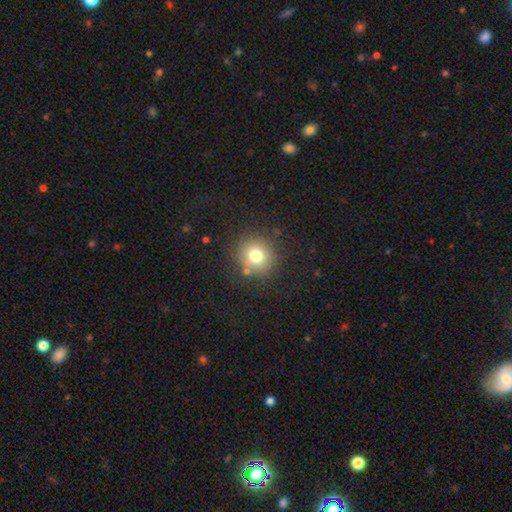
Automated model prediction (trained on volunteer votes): A smooth galaxy with no disk features (75%) that is round (92%). Merging: none (84%).